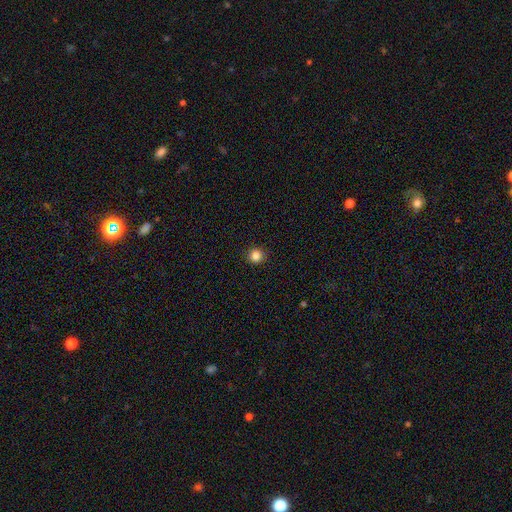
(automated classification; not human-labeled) Q: Smooth or featured?
A: smooth (85%); runner-up: star or artifact (12%)
Q: How rounded?
A: round (94%); runner-up: in between (6%)
Q: Merging?
A: none (92%); runner-up: minor disturbance (5%)